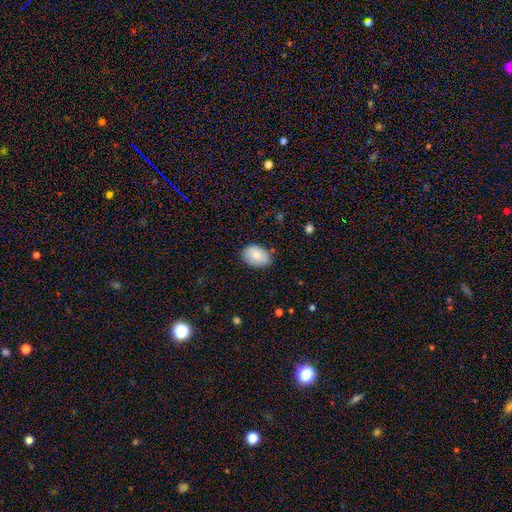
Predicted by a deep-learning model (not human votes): A smooth galaxy with no disk features (82%) that is in between round and cigar-shaped (84%). Merging: none (80%).